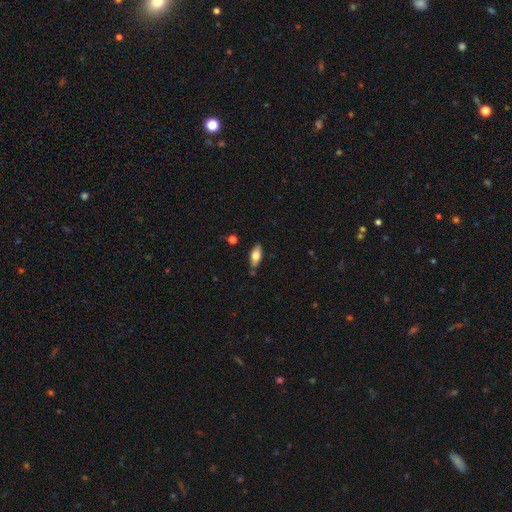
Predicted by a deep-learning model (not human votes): The model was most divided on "smooth or featured": smooth: 70%, featured or disk: 23%, star or artifact: 7%. More confident: how rounded — in between (83%); merging — none (78%).